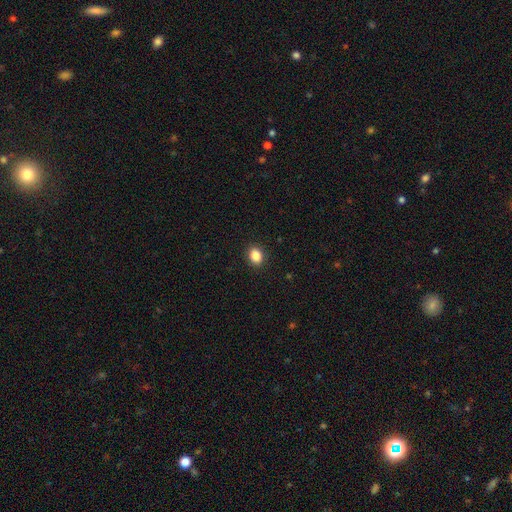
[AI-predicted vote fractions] smooth_or_featured: smooth (p=0.87) [alt: star or artifact p=0.09]
how_rounded: in between (p=0.61) [alt: round p=0.38]
merging: none (p=0.91) [alt: minor disturbance p=0.07]